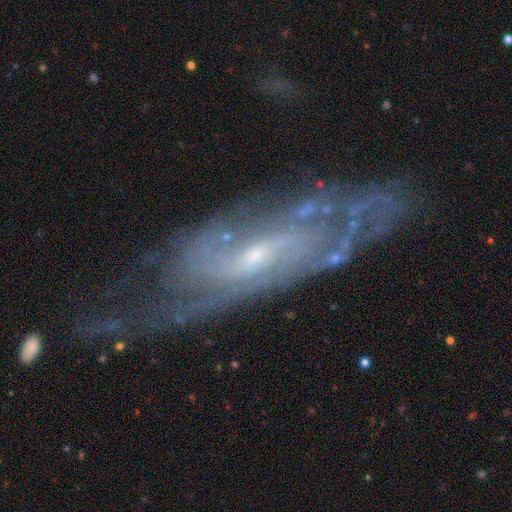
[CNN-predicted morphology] featured or disk 84%, smooth 9%, star or artifact 7%. Down the decision tree: edge-on disk — no (87%); bar — no (45%); spiral arms — yes (91%); spiral arm count — can't tell (37%); spiral winding — tight (42%); bulge size — small (72%); merging — none (58%).